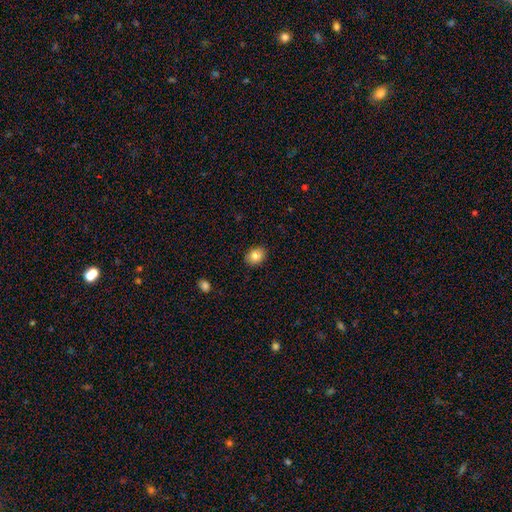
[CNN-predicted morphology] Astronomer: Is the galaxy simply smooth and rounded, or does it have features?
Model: smooth — 83%.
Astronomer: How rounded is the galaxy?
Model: in between — 50% (runner-up: round, 49%).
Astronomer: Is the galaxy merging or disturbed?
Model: none — 88%.